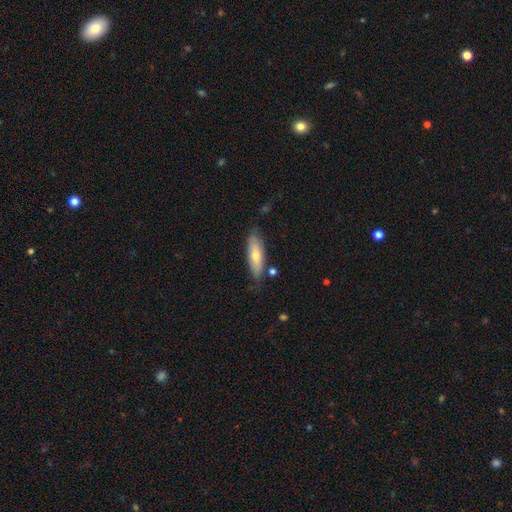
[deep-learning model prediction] A smooth galaxy with no disk features (62%) that is in between round and cigar-shaped (49%, tied with cigar-shaped).

Vote fractions:
- Smooth or featured? smooth: 62% / featured or disk: 32% / star or artifact: 6%
- How rounded? in between: 49% (tied) / cigar-shaped: 49% (tied) / round: 2%
- Merging? none: 73% / minor disturbance: 19% / major disturbance: 4% / merger: 4%